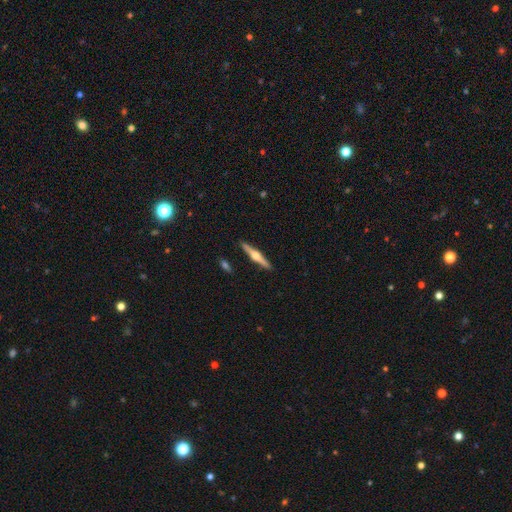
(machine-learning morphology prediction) featured or disk 74%, smooth 20%, star or artifact 5%. Down the decision tree: edge-on disk — yes (98%); edge-on bulge — rounded (93%); merging — none (91%).